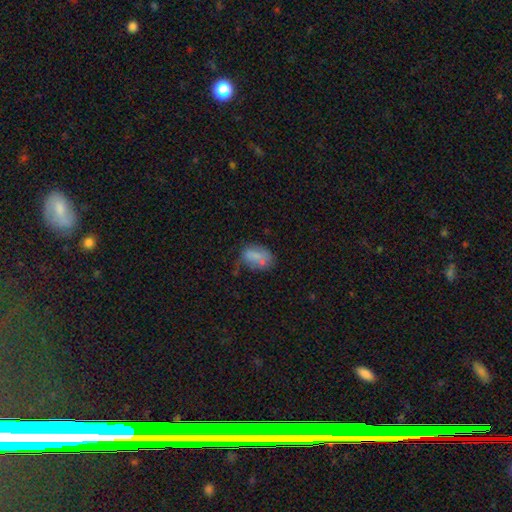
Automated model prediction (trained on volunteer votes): This appears to be a smooth galaxy with no disk features (69%) that is in between round and cigar-shaped (83%). Merging: none (46%).